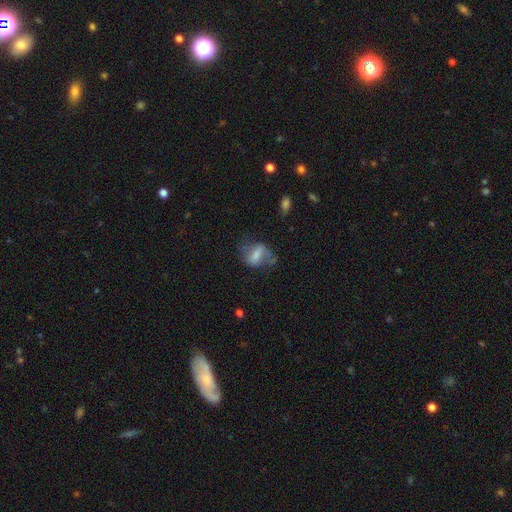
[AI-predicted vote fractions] This is possibly a featured or disk galaxy (46%). Merging: possibly none (48%).